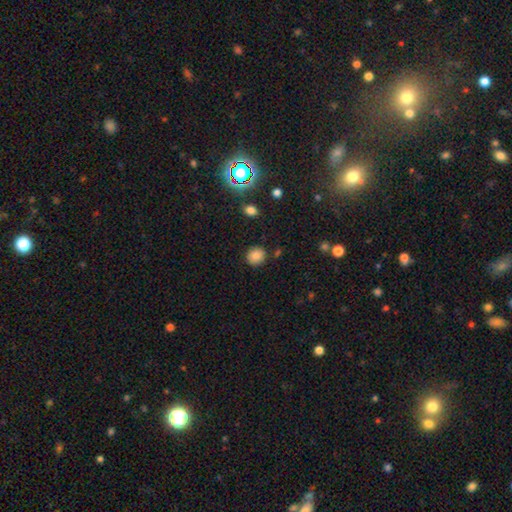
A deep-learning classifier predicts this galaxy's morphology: Smooth or featured? Predicted: smooth (p=0.83). How rounded? Predicted: round (p=0.79). Merging? Predicted: none (p=0.85).